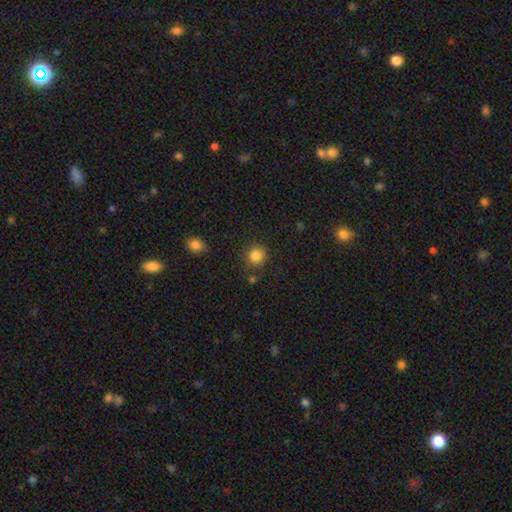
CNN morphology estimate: Smooth or featured? Predicted: smooth (p=0.85). How rounded? Predicted: round (p=0.89). Merging? Predicted: none (p=0.82).